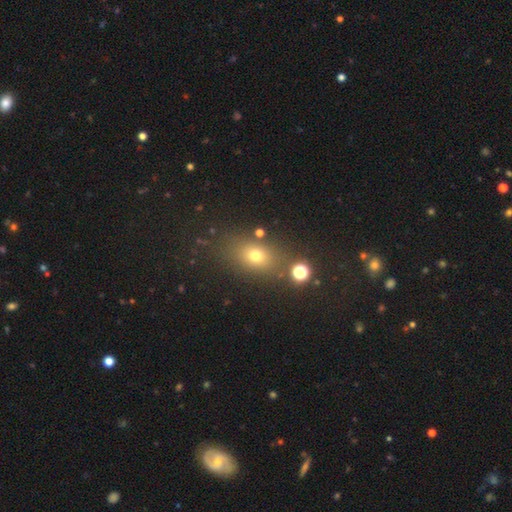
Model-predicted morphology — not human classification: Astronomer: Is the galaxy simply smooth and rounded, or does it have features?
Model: smooth — 68%.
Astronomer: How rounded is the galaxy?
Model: in between — 61%.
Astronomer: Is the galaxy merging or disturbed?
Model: none — 77%.